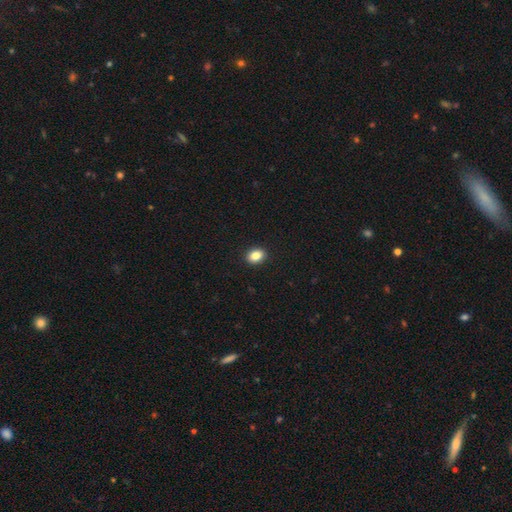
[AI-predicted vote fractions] Q: Smooth or featured?
A: smooth (86%); runner-up: star or artifact (9%)
Q: How rounded?
A: in between (66%); runner-up: round (33%)
Q: Merging?
A: none (91%); runner-up: minor disturbance (6%)